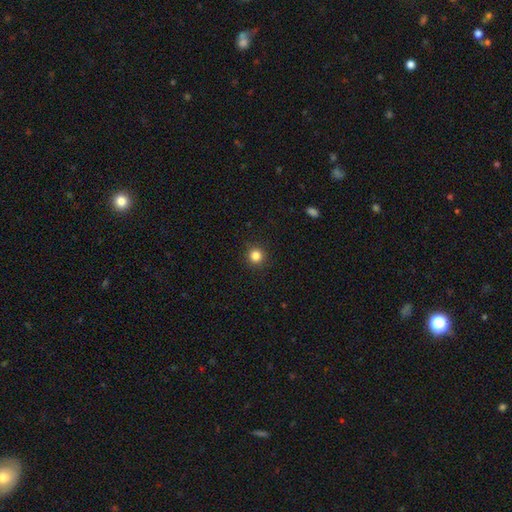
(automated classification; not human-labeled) A smooth galaxy with no disk features (84%) that is round (95%). Merging: none (92%).